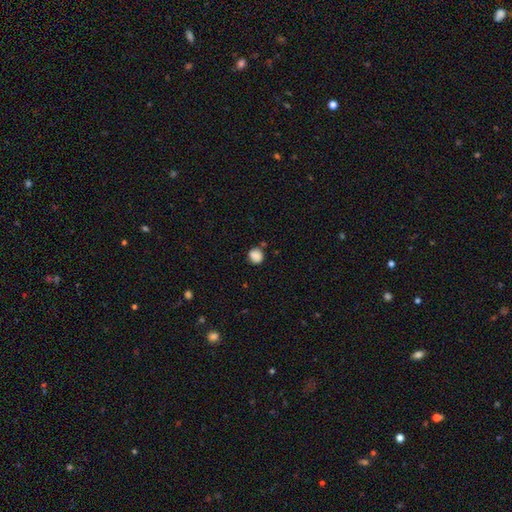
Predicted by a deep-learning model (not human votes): Q: Smooth or featured?
A: smooth (86%); runner-up: star or artifact (10%)
Q: How rounded?
A: round (81%); runner-up: in between (18%)
Q: Merging?
A: none (75%); runner-up: minor disturbance (16%)